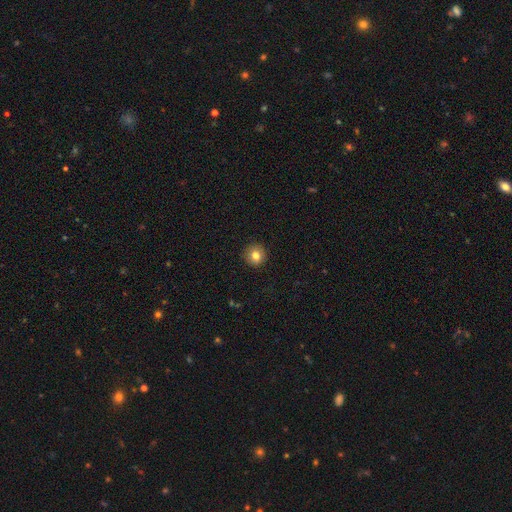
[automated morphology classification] Smooth or featured? smooth (81%)
How rounded? round (93%)
Merging? none (91%)